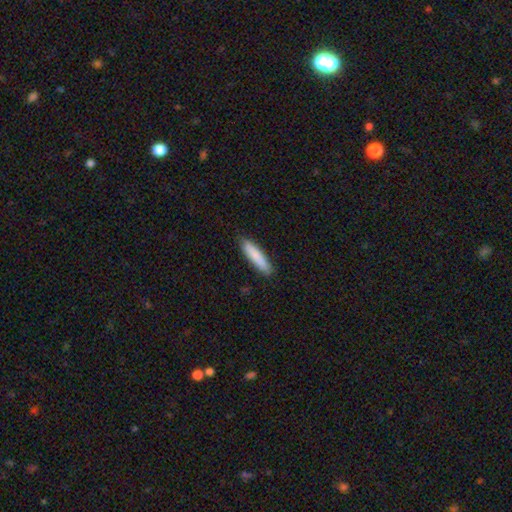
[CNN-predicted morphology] Smooth or featured? Predicted: smooth (p=0.86). How rounded? Predicted: cigar-shaped (p=0.82). Merging? Predicted: none (p=0.88).